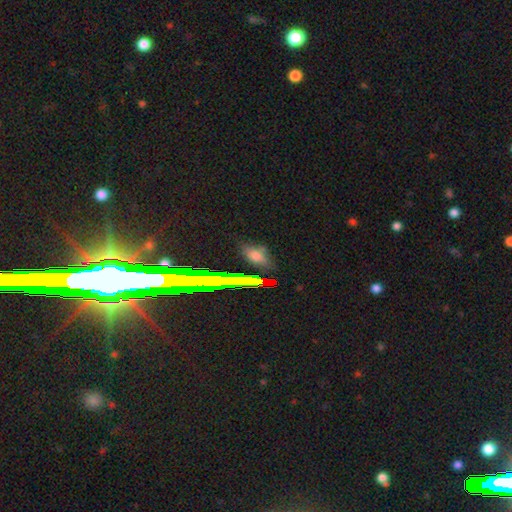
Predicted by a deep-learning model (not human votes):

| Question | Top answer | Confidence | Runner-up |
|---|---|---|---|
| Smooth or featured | smooth | 64% | star or artifact (22%) |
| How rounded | in between | 77% | round (14%) |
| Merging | none | 77% | minor disturbance (16%) |